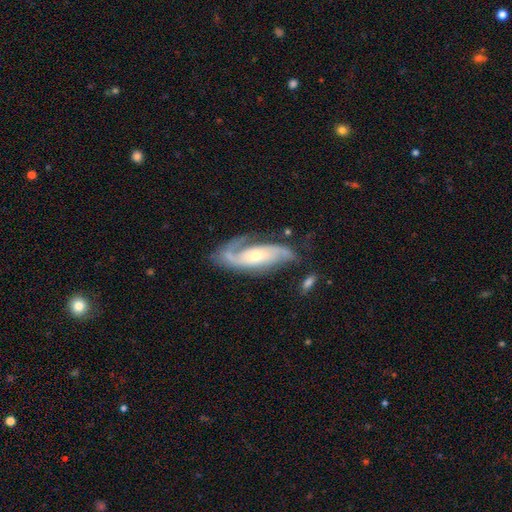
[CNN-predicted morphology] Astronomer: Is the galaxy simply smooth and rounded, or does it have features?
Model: featured or disk — 84%.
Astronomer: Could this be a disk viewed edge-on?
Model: no — 93%.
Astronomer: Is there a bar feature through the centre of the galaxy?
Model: no — 56%.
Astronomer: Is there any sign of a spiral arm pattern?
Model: yes — 95%.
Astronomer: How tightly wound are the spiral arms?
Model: medium — 44% (runner-up: tight, 28%).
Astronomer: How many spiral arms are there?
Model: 2 — 74%.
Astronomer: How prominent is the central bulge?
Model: small — 48% (runner-up: moderate, 45%).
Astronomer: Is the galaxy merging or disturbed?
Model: none — 60%.